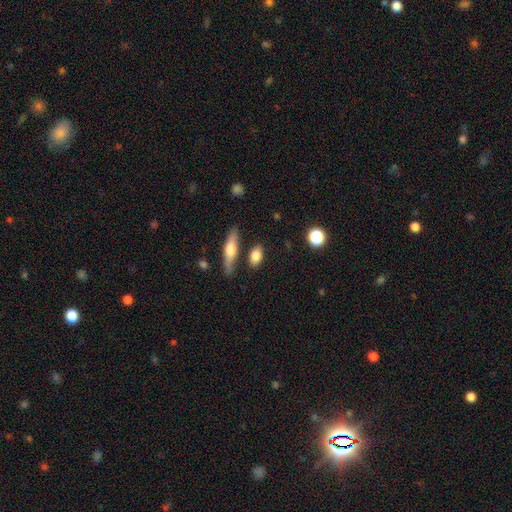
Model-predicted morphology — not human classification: type=smooth (78%); roundness=in between (73%); merging=none (76%).